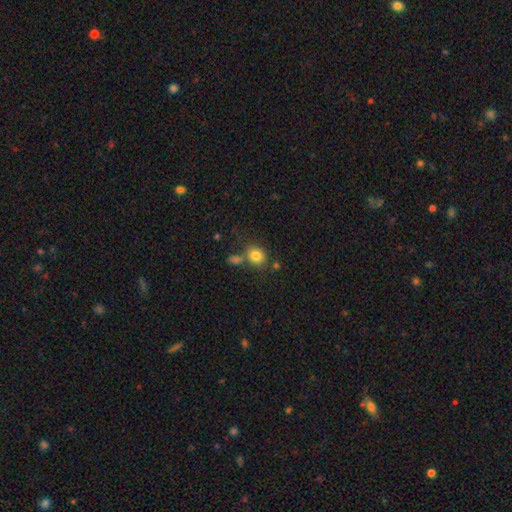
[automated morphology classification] smooth_or_featured: smooth (p=0.81) [alt: star or artifact p=0.11]
how_rounded: round (p=0.67) [alt: in between p=0.32]
merging: none (p=0.61) [alt: merger p=0.20]